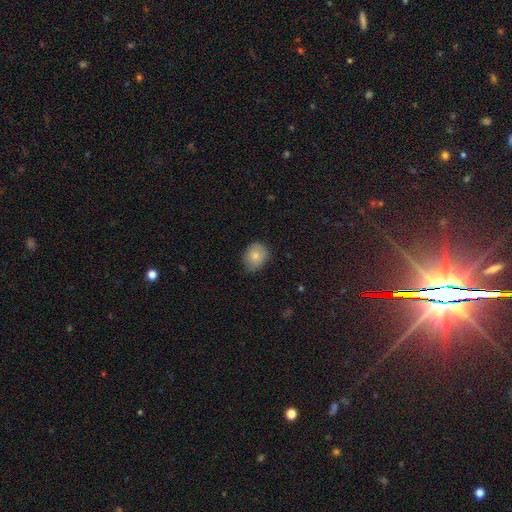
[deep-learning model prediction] smooth 79%, featured or disk 12%, star or artifact 8%. Down the decision tree: how rounded — round (58%); merging — none (70%).